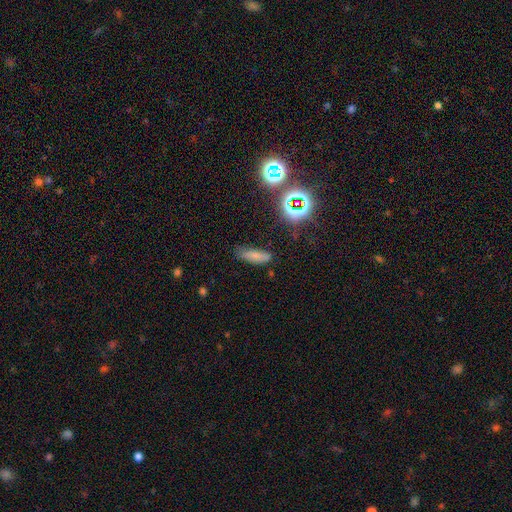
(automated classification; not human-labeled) Smooth or featured? smooth (67%)
How rounded? in between (57%)
Merging? none (72%)